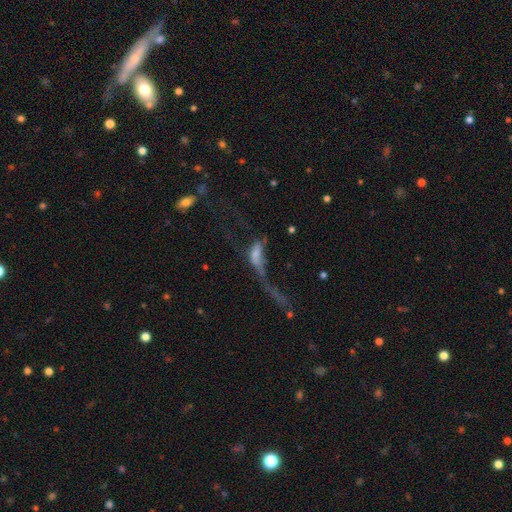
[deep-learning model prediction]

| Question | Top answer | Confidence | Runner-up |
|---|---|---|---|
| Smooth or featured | featured or disk | 43% | smooth (41%) |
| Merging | major disturbance | 58% | merger (20%) |